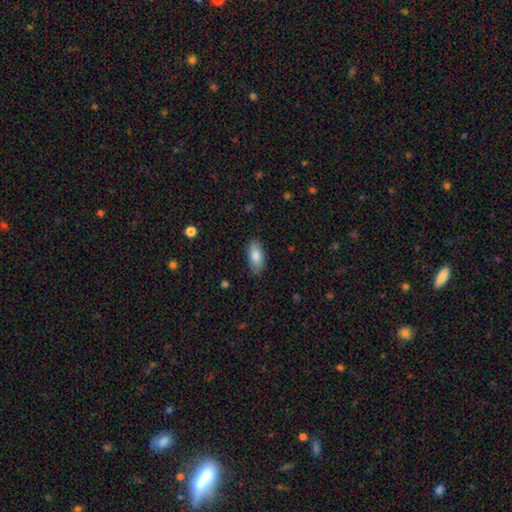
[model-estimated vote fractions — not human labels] This appears to be a smooth galaxy with no disk features (85%) that is in between round and cigar-shaped (90%). Merging: none (84%).